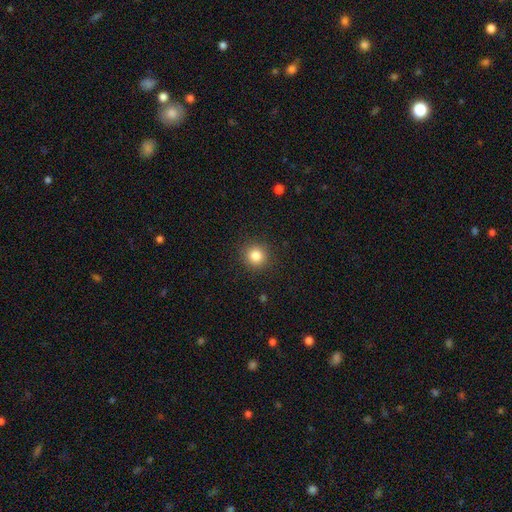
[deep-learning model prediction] Smooth or featured?
  - smooth: 83% *
  - star or artifact: 11%
  - featured or disk: 5%
How rounded?
  - round: 93% *
  - in between: 6%
  - cigar-shaped: 1%
Merging?
  - none: 91% *
  - minor disturbance: 6%
  - major disturbance: 2%
  - merger: 1%